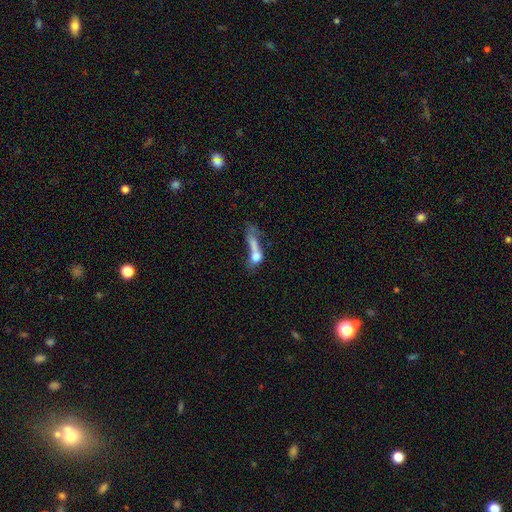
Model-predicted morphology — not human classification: A smooth galaxy with no disk features (55%) that is in between round and cigar-shaped (51%).

Vote fractions:
- Smooth or featured? smooth: 55% / featured or disk: 33% / star or artifact: 13%
- How rounded? in between: 51% / cigar-shaped: 30% / round: 19%
- Merging? merger: 44% / major disturbance: 33% / none: 13% / minor disturbance: 9%